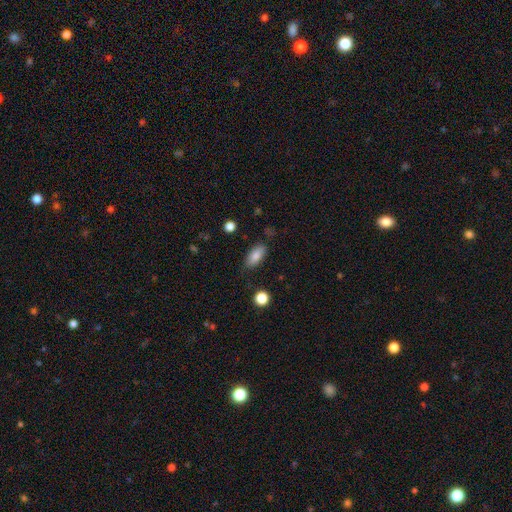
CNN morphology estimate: Q: Smooth or featured?
A: smooth (83%); runner-up: featured or disk (9%)
Q: How rounded?
A: in between (84%); runner-up: cigar-shaped (13%)
Q: Merging?
A: none (81%); runner-up: minor disturbance (14%)